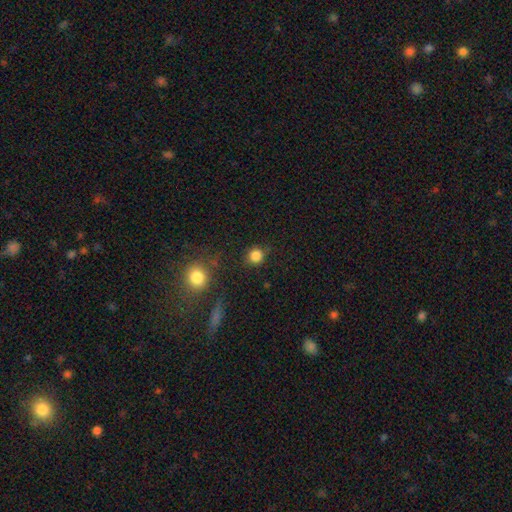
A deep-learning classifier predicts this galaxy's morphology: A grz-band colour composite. It shows a smooth galaxy with no disk features (84%) that is round (91%). Merging: none (83%).